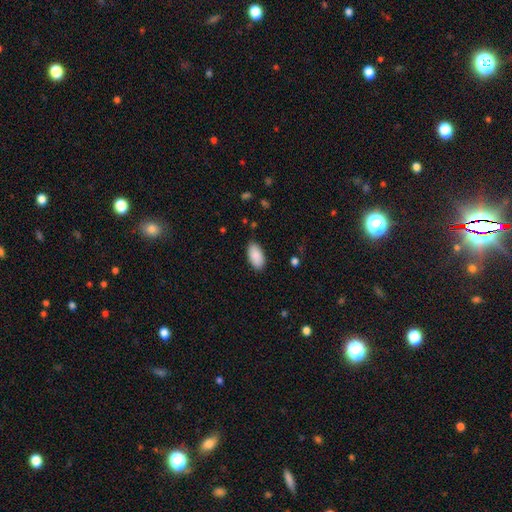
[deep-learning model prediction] smooth-or-featured: smooth: 90% | star or artifact: 6% | featured or disk: 4%
  how-rounded: in between: 95% | cigar-shaped: 3% | round: 2%
  merging: none: 86% | minor disturbance: 11% | major disturbance: 2% | merger: 1%